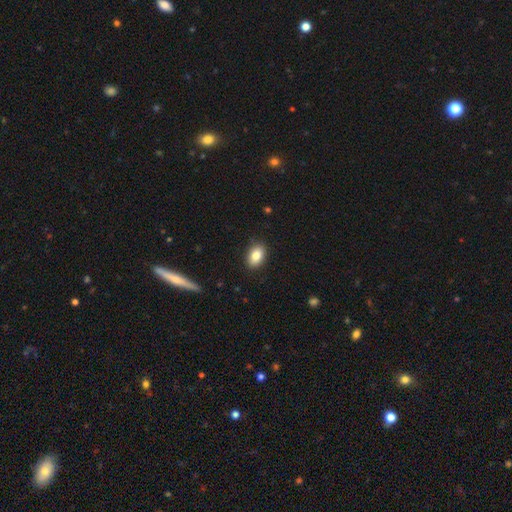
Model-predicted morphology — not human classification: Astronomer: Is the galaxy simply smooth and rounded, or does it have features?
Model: smooth — 85%.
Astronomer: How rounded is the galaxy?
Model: in between — 86%.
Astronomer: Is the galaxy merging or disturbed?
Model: none — 88%.